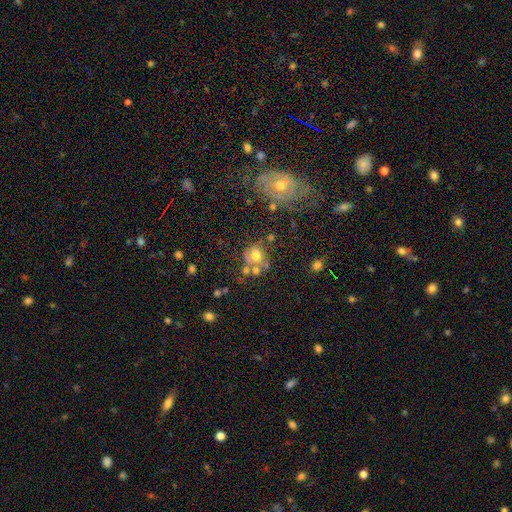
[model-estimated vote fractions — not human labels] Smooth or featured? smooth (57%)
How rounded? round (75%)
Merging? none (45%)